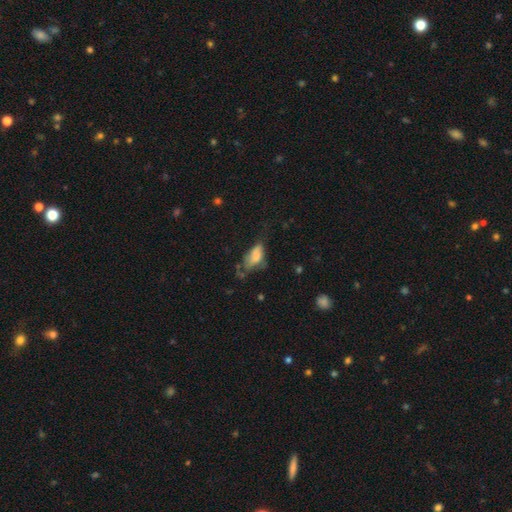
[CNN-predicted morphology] Smooth or featured? Predicted: smooth (p=0.71). How rounded? Predicted: in between (p=0.87). Merging? Predicted: major disturbance (p=0.33).